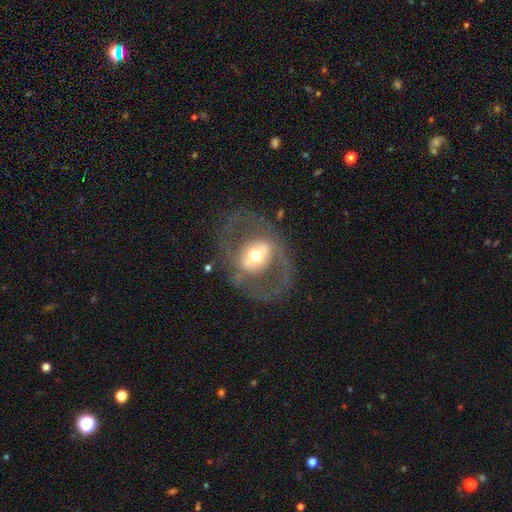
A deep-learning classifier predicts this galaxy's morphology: Smooth or featured? Predicted: featured or disk (p=0.68). Edge-on disk? Predicted: no (p=0.91). Bar? Predicted: strong (p=0.38). Spiral arms? Predicted: no (p=0.67). Bulge size? Predicted: moderate (p=0.62). Merging? Predicted: none (p=0.70).